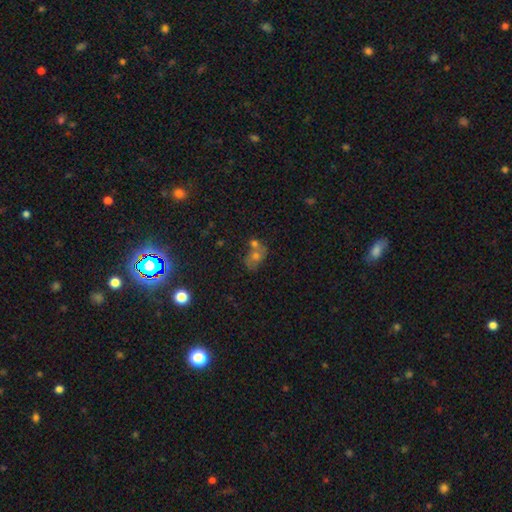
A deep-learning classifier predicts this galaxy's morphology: Q: Smooth or featured?
A: smooth (47%); runner-up: star or artifact (28%)
Q: Merging?
A: none (41%); runner-up: merger (39%)